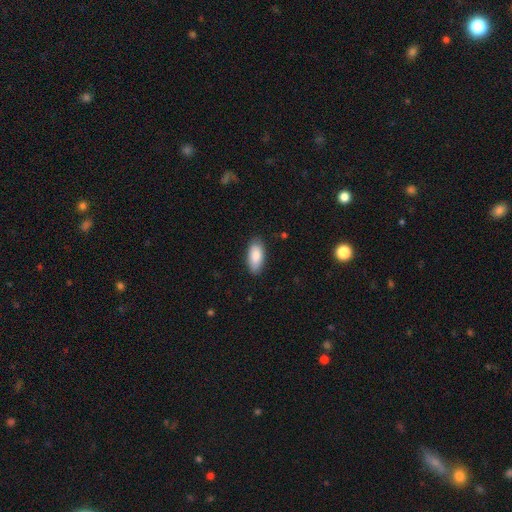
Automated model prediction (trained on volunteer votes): A smooth galaxy with no disk features (87%) that is in between round and cigar-shaped (90%). Merging: none (85%).